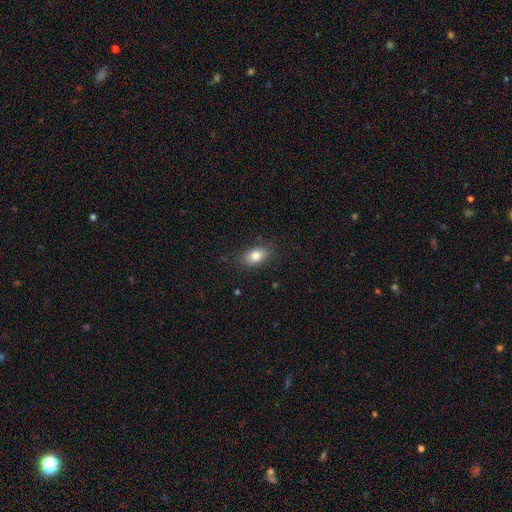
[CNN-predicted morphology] smooth_or_featured: smooth (p=0.83) [alt: featured or disk p=0.09]
how_rounded: in between (p=0.85) [alt: round p=0.13]
merging: none (p=0.83) [alt: minor disturbance p=0.13]